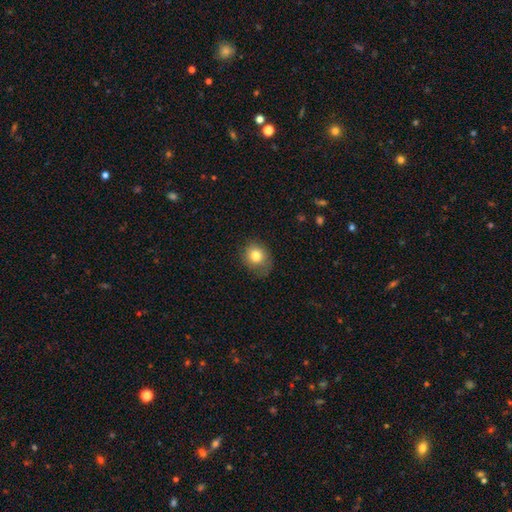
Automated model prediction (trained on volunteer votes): smooth 80%, star or artifact 10%, featured or disk 10%. Down the decision tree: how rounded — round (71%); merging — none (68%).